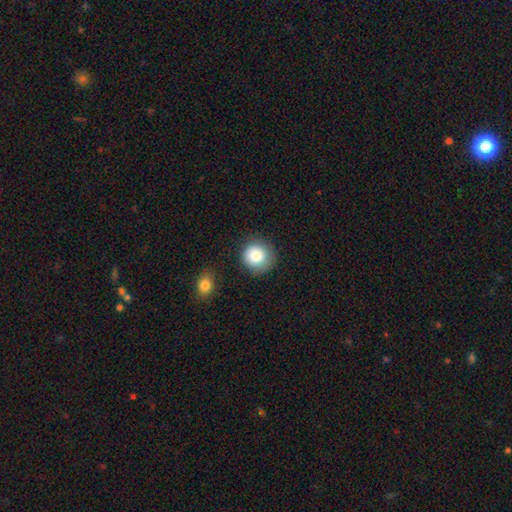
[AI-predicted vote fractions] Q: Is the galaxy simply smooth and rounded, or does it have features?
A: smooth — 83%.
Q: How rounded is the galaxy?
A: round — 92%.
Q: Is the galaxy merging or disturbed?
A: none — 79%.